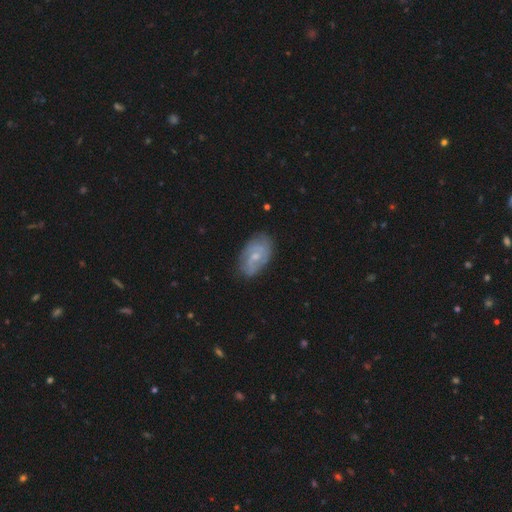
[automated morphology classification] Smooth or featured?
  - featured or disk: 65% *
  - smooth: 28%
  - star or artifact: 7%
Edge-on disk?
  - no: 96% *
  - yes: 4%
Bar?
  - no: 53% *
  - weak: 41%
  - strong: 6%
Spiral arms?
  - yes: 81% *
  - no: 19%
Spiral winding?
  - tight: 43% *
  - medium: 39%
  - loose: 18%
Spiral arm count?
  - 2: 48% *
  - can't tell: 34%
  - 3: 8%
  - 1: 4%
  - 4: 3%
  - more than 4: 2%
Bulge size?
  - small: 55% *
  - moderate: 37%
  - none: 5%
  - large: 1%
  - dominant: 1%
Merging?
  - none: 73% *
  - minor disturbance: 20%
  - major disturbance: 5%
  - merger: 1%